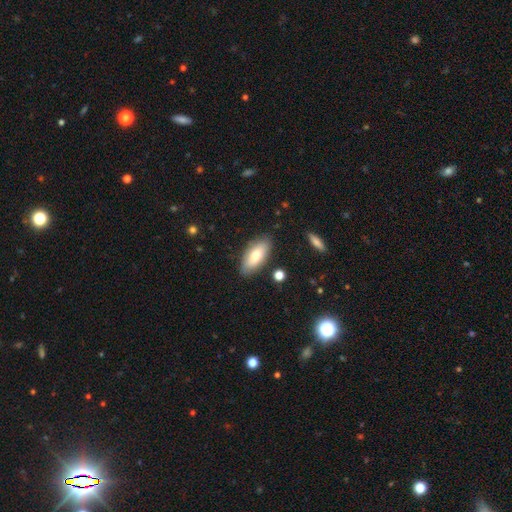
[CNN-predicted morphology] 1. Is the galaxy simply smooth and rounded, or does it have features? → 77% smooth, 18% featured or disk, 6% star or artifact.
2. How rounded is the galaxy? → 86% in between, 12% cigar-shaped, 2% round.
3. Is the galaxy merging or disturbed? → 82% none, 13% minor disturbance, 3% major disturbance, 2% merger.